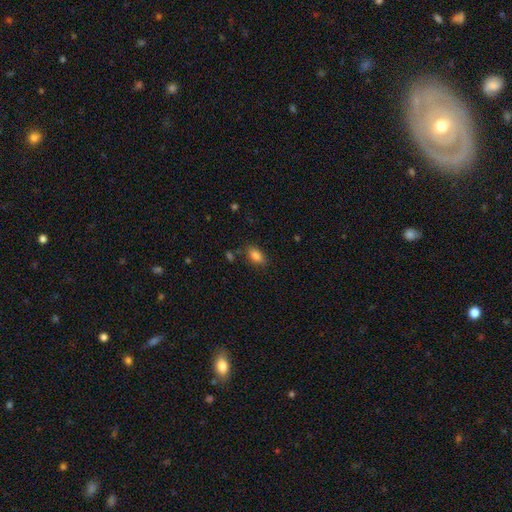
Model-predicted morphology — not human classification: Smooth or featured: smooth — 85% (star or artifact — 9%)
How rounded: in between — 89% (round — 6%)
Merging: none — 80% (minor disturbance — 13%)